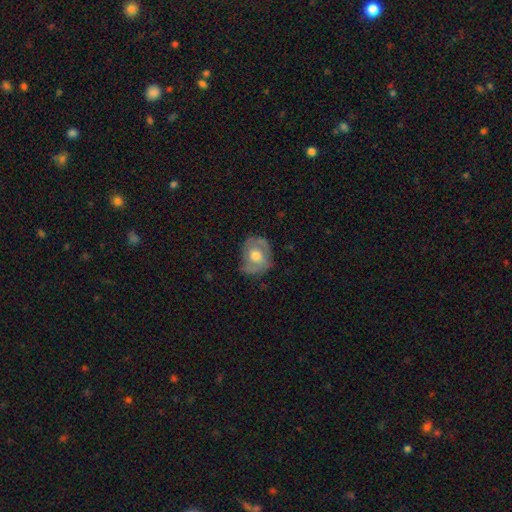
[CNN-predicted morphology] Smooth or featured? Predicted: featured or disk (p=0.56). Edge-on disk? Predicted: no (p=0.96). Bar? Predicted: no (p=0.72). Spiral arms? Predicted: yes (p=0.67). Bulge size? Predicted: moderate (p=0.71). Merging? Predicted: none (p=0.66).